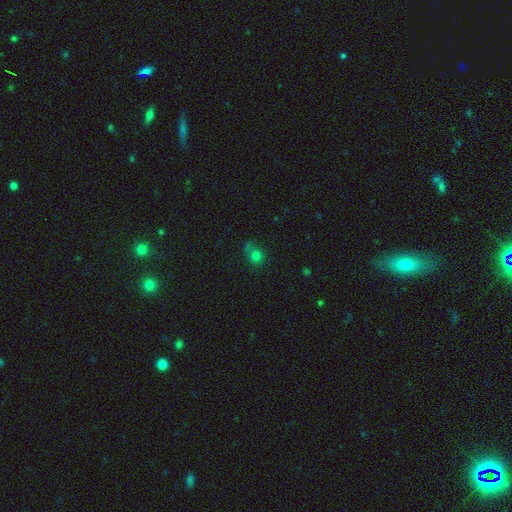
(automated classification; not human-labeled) The model was most divided on "merging": none: 54%, minor disturbance: 23%, major disturbance: 13%, merger: 10%. More confident: how rounded — round (74%); smooth or featured — smooth (72%).